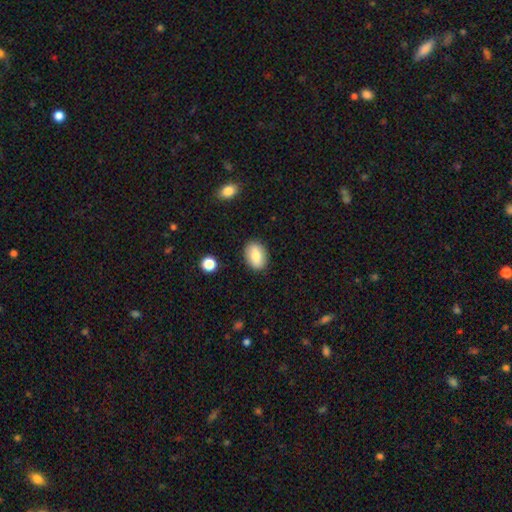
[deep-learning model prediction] Smooth or featured: smooth — 79% (featured or disk — 13%)
How rounded: in between — 79% (round — 19%)
Merging: none — 86% (minor disturbance — 10%)